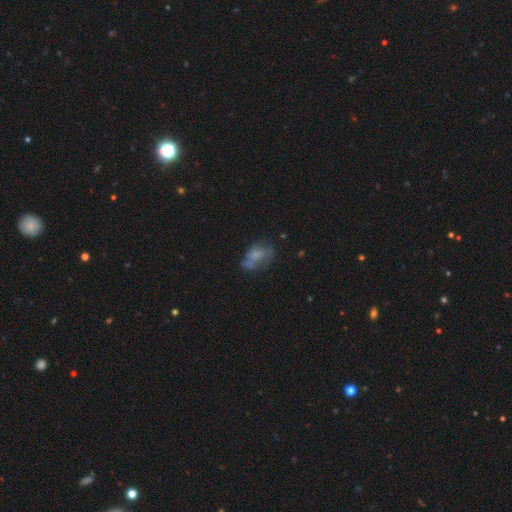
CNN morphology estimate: Smooth or featured: smooth — 50% (featured or disk — 38%)
How rounded: in between — 83% (round — 15%)
Merging: none — 38% (minor disturbance — 26%)